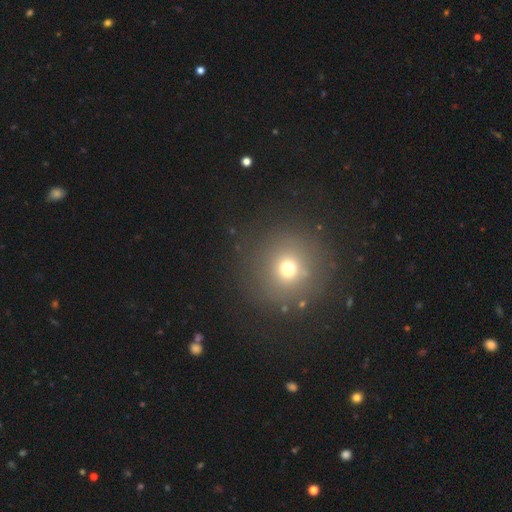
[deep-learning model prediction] smooth_or_featured: smooth (p=0.57) [alt: star or artifact p=0.34]
how_rounded: round (p=0.95) [alt: in between p=0.04]
merging: none (p=0.90) [alt: minor disturbance p=0.06]